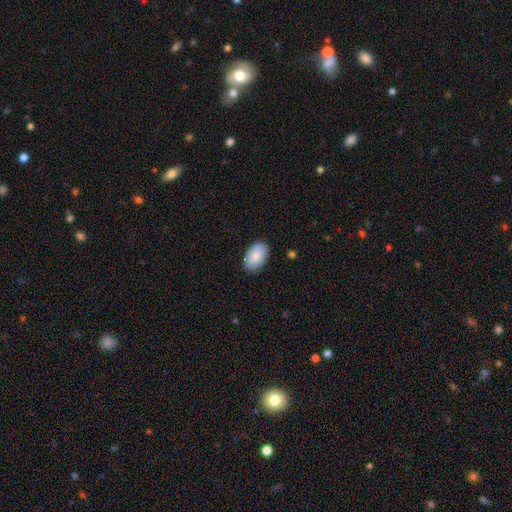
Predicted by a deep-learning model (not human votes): smooth-or-featured: smooth: 87% | featured or disk: 7% | star or artifact: 6%
  how-rounded: in between: 94% | round: 4% | cigar-shaped: 1%
  merging: none: 86% | minor disturbance: 11% | major disturbance: 2% | merger: 1%